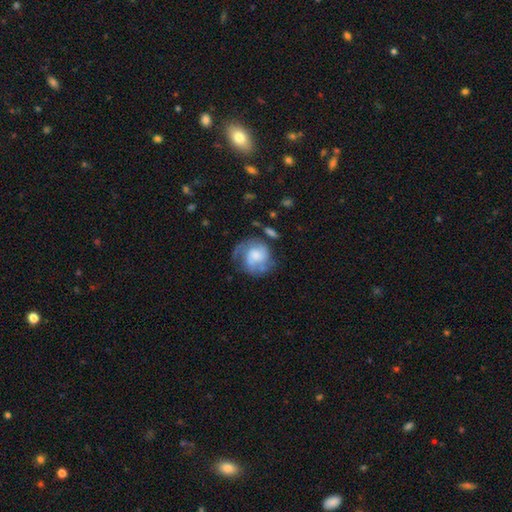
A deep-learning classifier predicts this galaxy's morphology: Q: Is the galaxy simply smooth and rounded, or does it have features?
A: featured or disk — 66%.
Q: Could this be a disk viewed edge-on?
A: no — 98%.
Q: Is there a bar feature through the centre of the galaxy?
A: no — 70%.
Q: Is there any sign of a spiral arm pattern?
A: yes — 88%.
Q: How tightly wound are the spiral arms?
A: tight — 41%, tied with medium.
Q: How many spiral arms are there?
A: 2 — 45%.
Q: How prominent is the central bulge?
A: moderate — 32%.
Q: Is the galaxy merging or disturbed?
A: none — 55%.